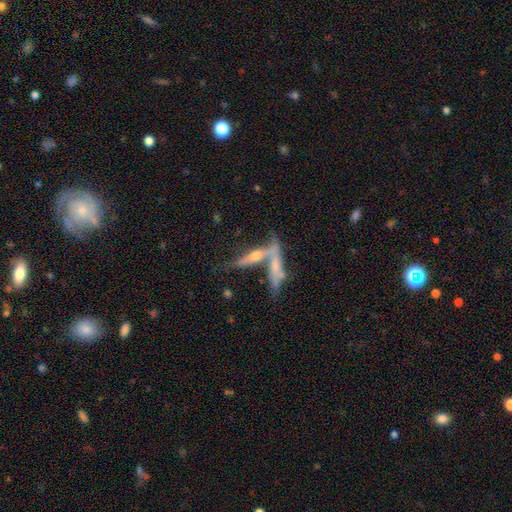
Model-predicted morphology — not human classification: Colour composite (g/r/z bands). It shows a featured or disk galaxy (57%) viewed edge-on (81%). Merging: merger (52%).